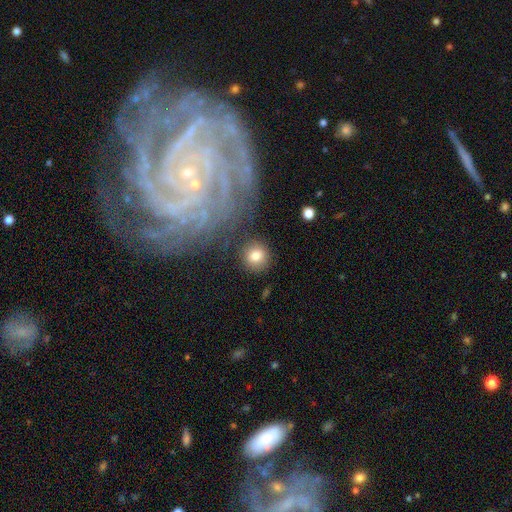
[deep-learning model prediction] Smooth or featured? smooth (78%)
How rounded? round (91%)
Merging? none (85%)